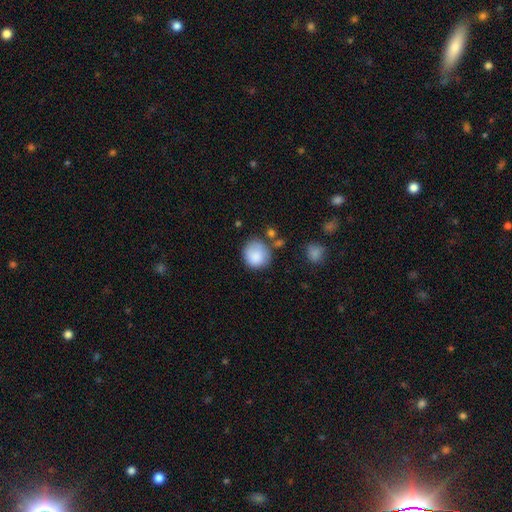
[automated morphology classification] type=smooth (84%); roundness=round (86%); merging=none (66%).